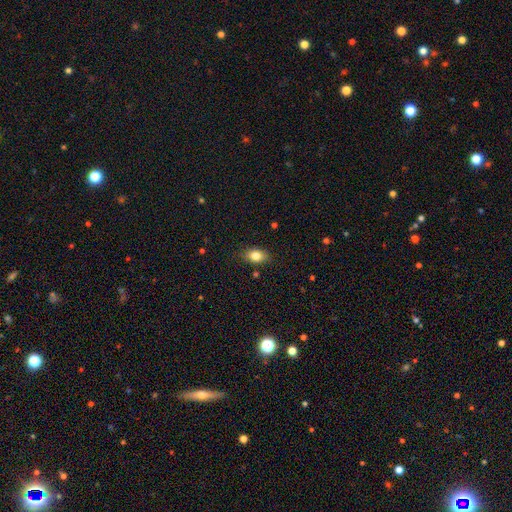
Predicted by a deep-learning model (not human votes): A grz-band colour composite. It shows a smooth galaxy with no disk features (81%) that is in between round and cigar-shaped (79%). Merging: none (82%).